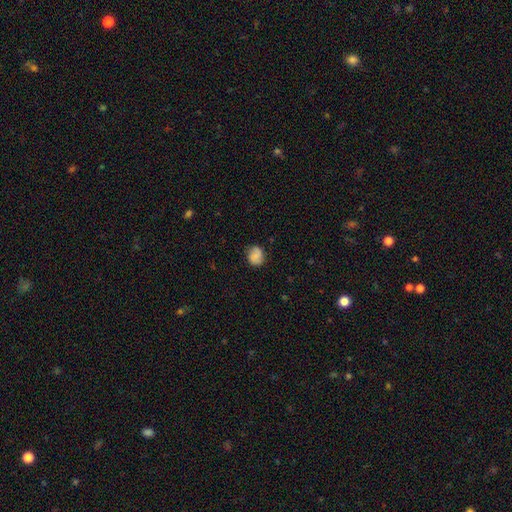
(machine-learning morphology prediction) This appears to be a smooth galaxy with no disk features (71%) that is round (71%). Merging: none (76%).